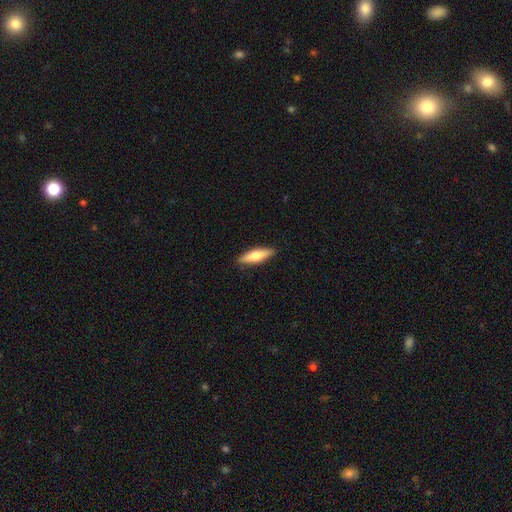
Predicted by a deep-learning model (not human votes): smooth 67%, featured or disk 28%, star or artifact 5%. Down the decision tree: how rounded — cigar-shaped (62%); merging — none (88%).